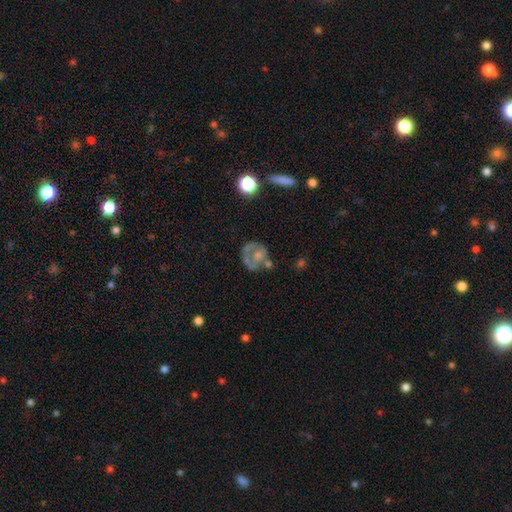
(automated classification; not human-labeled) Smooth or featured?
  - featured or disk: 50% *
  - smooth: 41%
  - star or artifact: 9%
Edge-on disk?
  - no: 98% *
  - yes: 2%
Merging?
  - none: 42% *
  - major disturbance: 23%
  - minor disturbance: 22%
  - merger: 14%